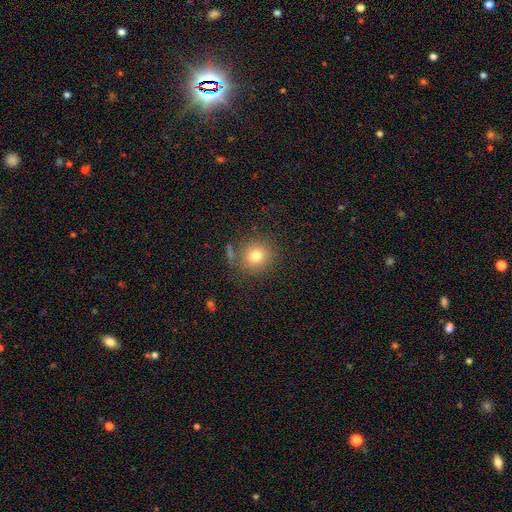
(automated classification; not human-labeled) Morphology: type=smooth (76%); roundness=round (90%); merging=none (79%).